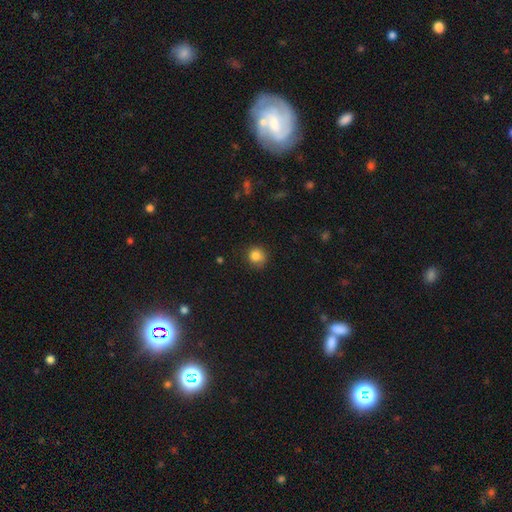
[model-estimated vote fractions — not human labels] The model was most divided on "merging": none: 77%, minor disturbance: 18%, major disturbance: 4%, merger: 2%. More confident: how rounded — round (89%); smooth or featured — smooth (83%).